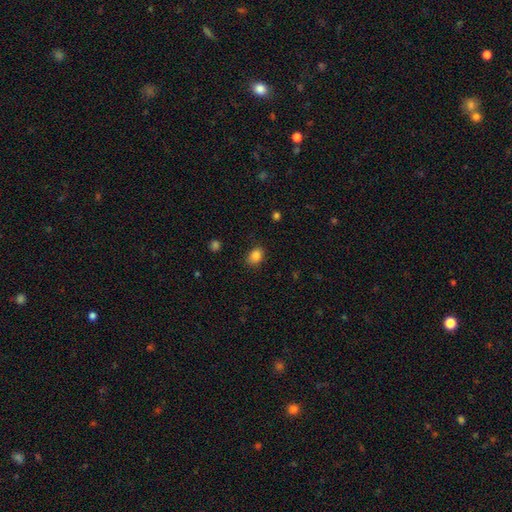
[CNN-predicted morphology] Smooth or featured: smooth — 85% (star or artifact — 10%)
How rounded: in between — 65% (round — 34%)
Merging: none — 83% (minor disturbance — 13%)